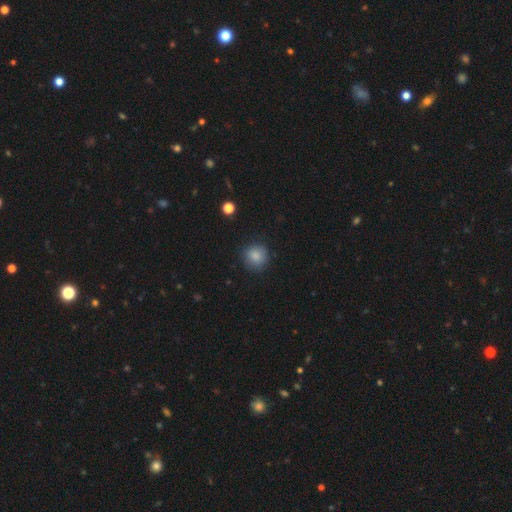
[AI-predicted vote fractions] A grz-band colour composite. It shows a smooth galaxy with no disk features (85%) that is round (91%). Merging: none (86%).